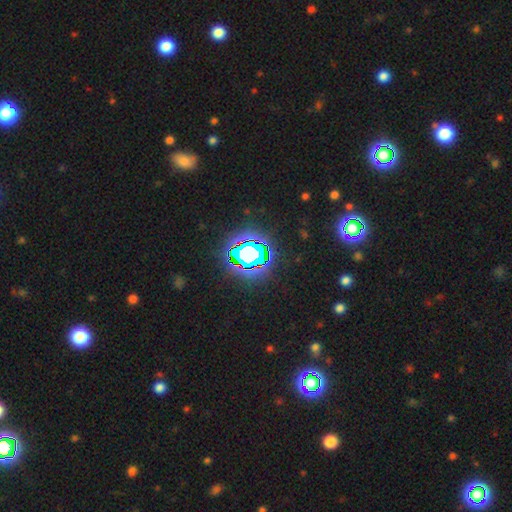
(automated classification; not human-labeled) This appears to be a star or artifact, not a galaxy (81%).